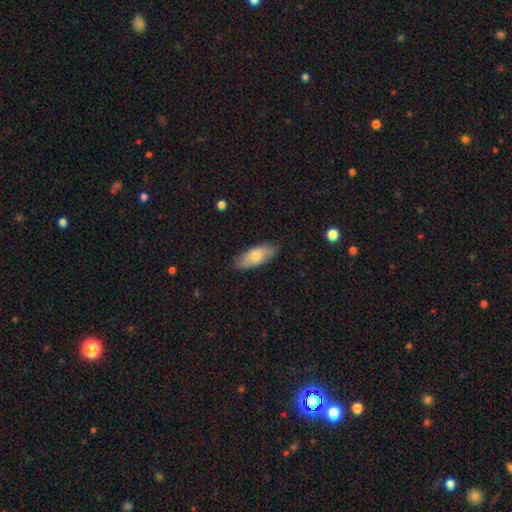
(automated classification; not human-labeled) Smooth or featured? Predicted: smooth (p=0.73). How rounded? Predicted: in between (p=0.81). Merging? Predicted: none (p=0.83).